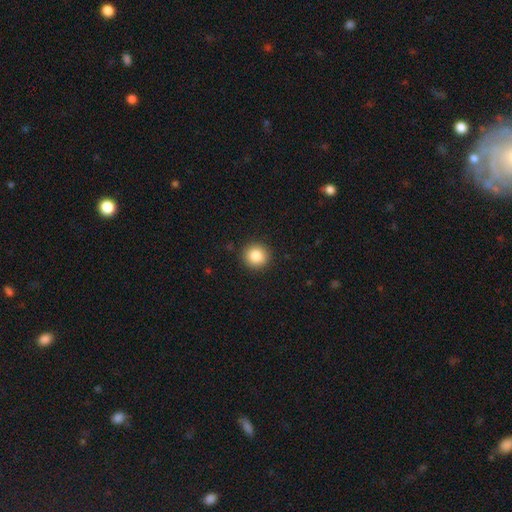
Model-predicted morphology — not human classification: Overall: smooth (85%). How rounded: round (93%). Merging: none (92%).